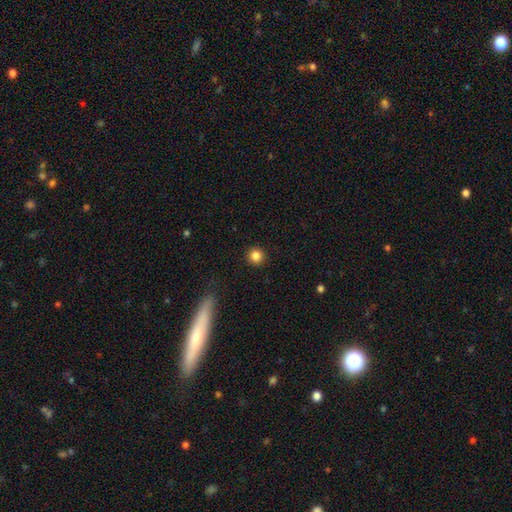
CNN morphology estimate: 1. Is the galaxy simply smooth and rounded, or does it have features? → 85% smooth, 11% star or artifact, 4% featured or disk.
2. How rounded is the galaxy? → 94% round, 5% in between, 1% cigar-shaped.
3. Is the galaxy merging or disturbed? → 92% none, 5% minor disturbance, 2% major disturbance, 1% merger.